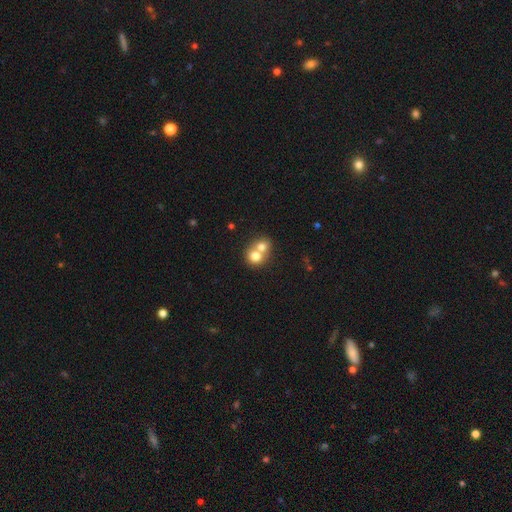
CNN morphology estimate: This is likely a smooth galaxy (72%). How rounded: likely round (75%). Merging: likely merger (69%).